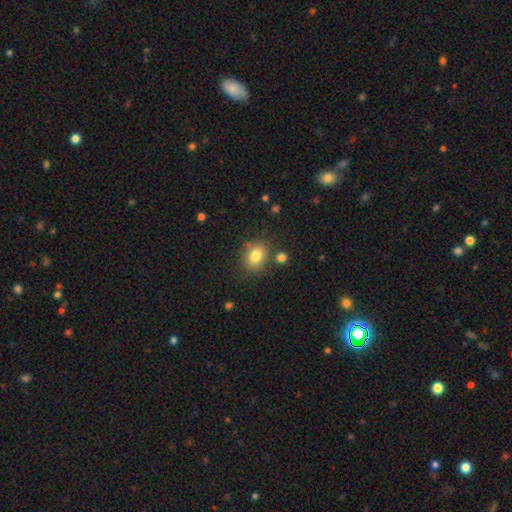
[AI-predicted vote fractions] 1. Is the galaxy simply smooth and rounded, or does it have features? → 81% smooth, 10% star or artifact, 9% featured or disk.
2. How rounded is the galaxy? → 52% in between, 47% round, 1% cigar-shaped.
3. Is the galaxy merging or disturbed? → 76% none, 13% minor disturbance, 8% merger, 4% major disturbance.